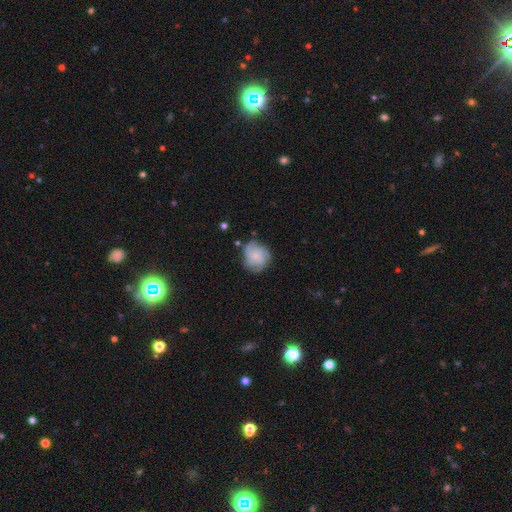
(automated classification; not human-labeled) Smooth or featured?
  - featured or disk: 56% *
  - smooth: 36%
  - star or artifact: 8%
Edge-on disk?
  - no: 98% *
  - yes: 2%
Bar?
  - no: 78% *
  - weak: 19%
  - strong: 3%
Spiral arms?
  - yes: 88% *
  - no: 12%
Bulge size?
  - small: 52% *
  - moderate: 23%
  - none: 21%
  - large: 3%
  - dominant: 1%
Merging?
  - none: 68% *
  - minor disturbance: 21%
  - major disturbance: 8%
  - merger: 2%